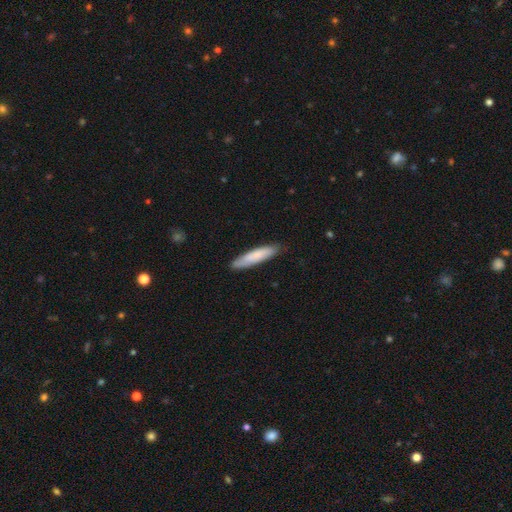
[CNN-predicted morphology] A smooth galaxy with no disk features (77%) that is cigar-shaped (83%). Merging: none (84%).